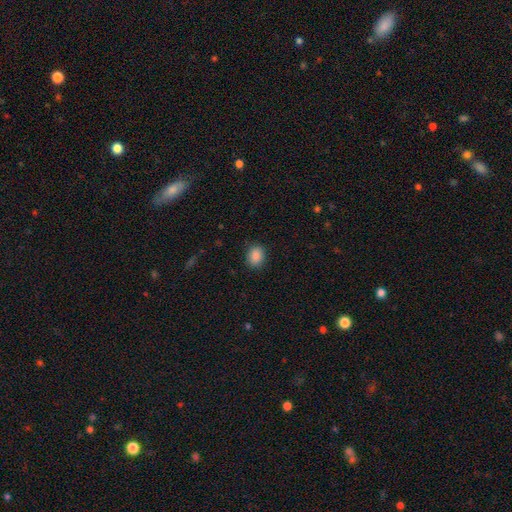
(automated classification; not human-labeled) smooth 88%, star or artifact 9%, featured or disk 3%. Down the decision tree: how rounded — in between (59%); merging — none (87%).